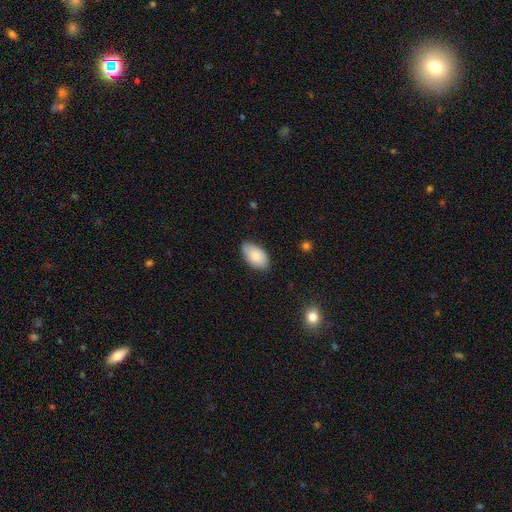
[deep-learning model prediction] Smooth or featured? smooth (84%)
How rounded? in between (95%)
Merging? none (79%)